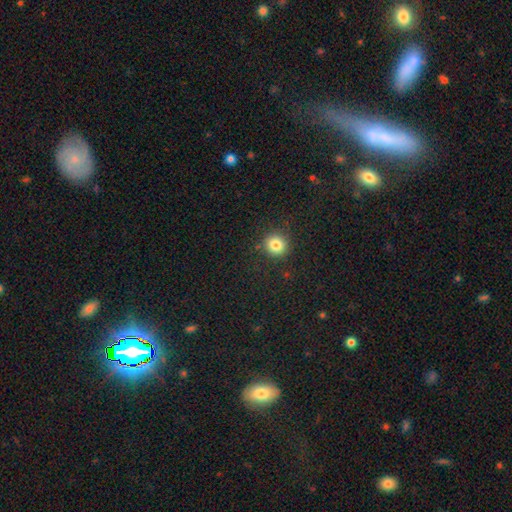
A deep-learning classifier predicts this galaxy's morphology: Smooth or featured: star or artifact — 46% (smooth — 40%)